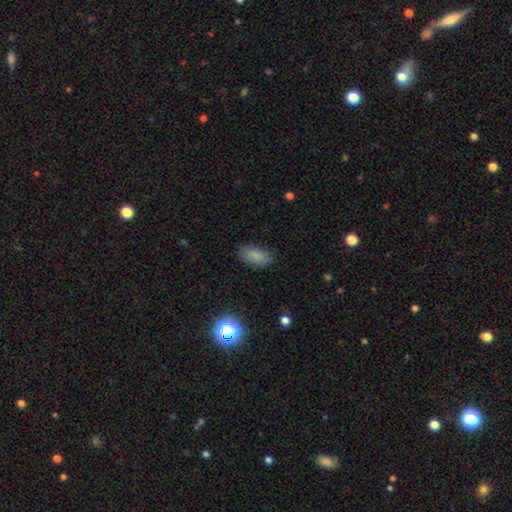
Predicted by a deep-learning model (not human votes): smooth_or_featured: smooth (p=0.84) [alt: star or artifact p=0.10]
how_rounded: in between (p=0.91) [alt: cigar-shaped p=0.05]
merging: none (p=0.81) [alt: minor disturbance p=0.14]